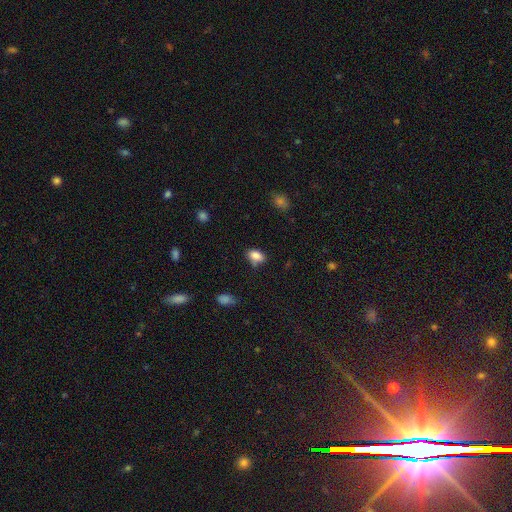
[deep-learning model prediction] This appears to be a smooth galaxy with no disk features (84%) that is in between round and cigar-shaped (87%). Merging: none (69%).